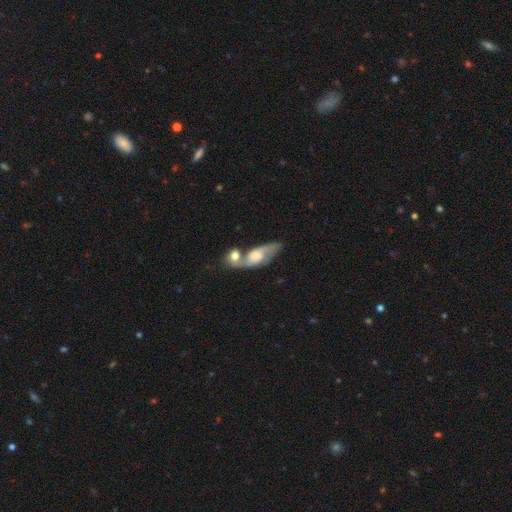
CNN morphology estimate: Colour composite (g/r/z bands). It shows a featured or disk galaxy (67%) with no bar (64%), spiral arms (81%) and a moderate central bulge (50%). Merging: merger (41%).